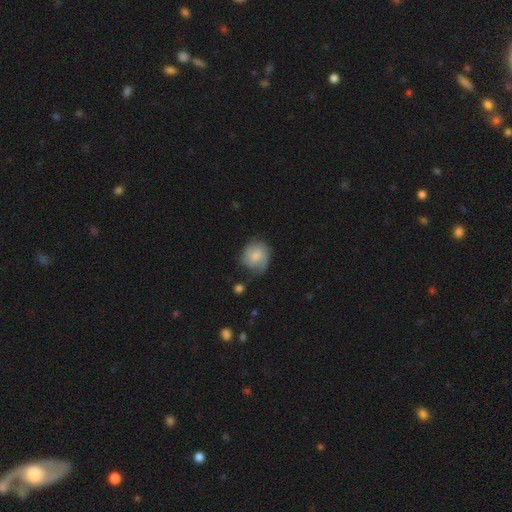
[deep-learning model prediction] smooth_or_featured: smooth (p=0.66) [alt: featured or disk p=0.26]
how_rounded: round (p=0.71) [alt: in between p=0.28]
merging: none (p=0.49) [alt: minor disturbance p=0.33]